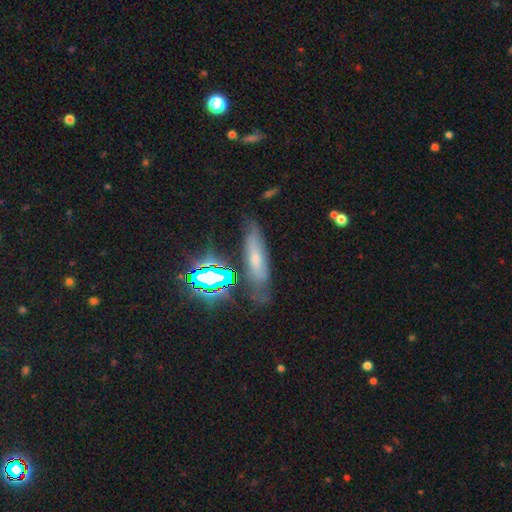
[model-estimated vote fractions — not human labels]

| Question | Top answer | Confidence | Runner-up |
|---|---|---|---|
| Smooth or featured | featured or disk | 36% | smooth (35%) |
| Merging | none | 70% | minor disturbance (19%) |